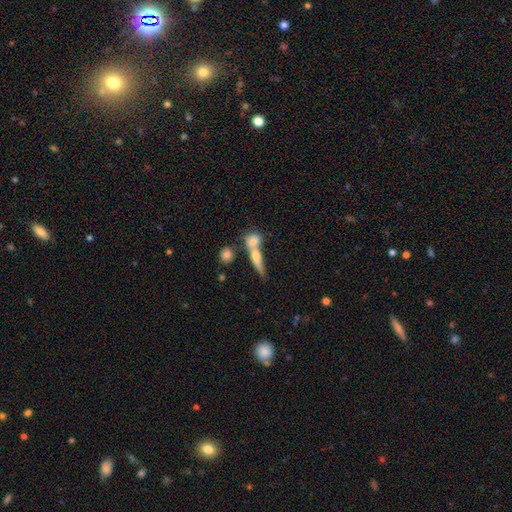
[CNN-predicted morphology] Smooth or featured?
  - smooth: 57% *
  - featured or disk: 33%
  - star or artifact: 10%
How rounded?
  - cigar-shaped: 66% *
  - in between: 24%
  - round: 10%
Merging?
  - none: 42% *
  - merger: 41%
  - minor disturbance: 11%
  - major disturbance: 6%